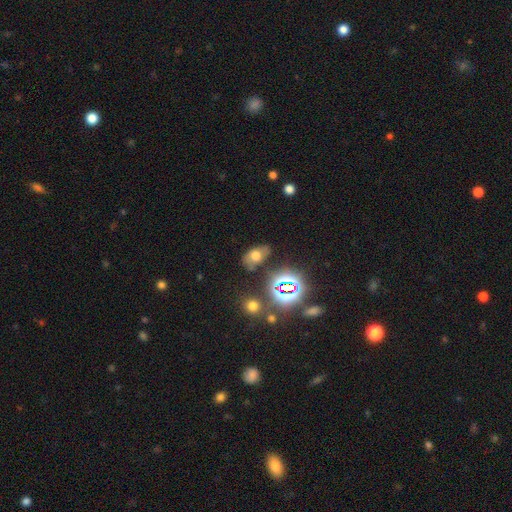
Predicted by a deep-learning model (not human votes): Overall: smooth (53%; star or artifact 26%). How rounded: in between (85%). Merging: none (64%).